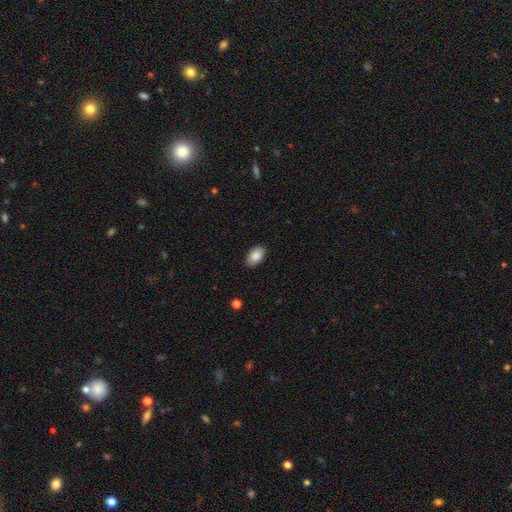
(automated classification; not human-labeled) This is clearly a smooth galaxy (88%). How rounded: clearly in between (93%). Merging: clearly none (86%).